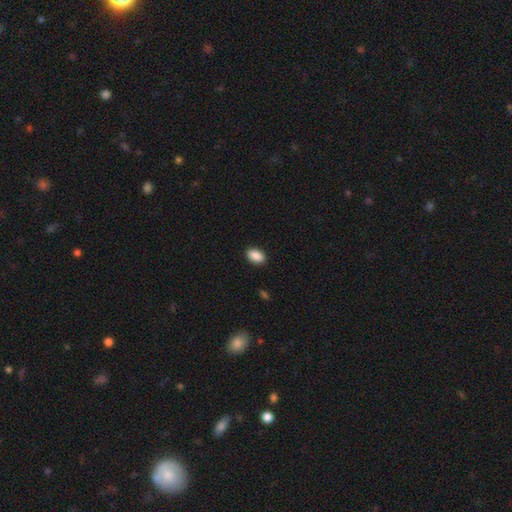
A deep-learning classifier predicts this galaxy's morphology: Q: Smooth or featured?
A: smooth (90%); runner-up: star or artifact (7%)
Q: How rounded?
A: in between (91%); runner-up: round (7%)
Q: Merging?
A: none (90%); runner-up: minor disturbance (8%)